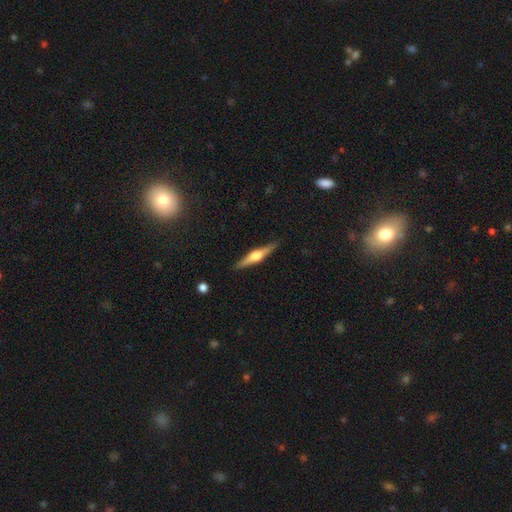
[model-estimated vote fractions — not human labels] This is likely a featured or disk galaxy (71%). It is clearly viewed edge-on (98%). Edge-on bulge: clearly rounded (91%). Merging: clearly none (90%).